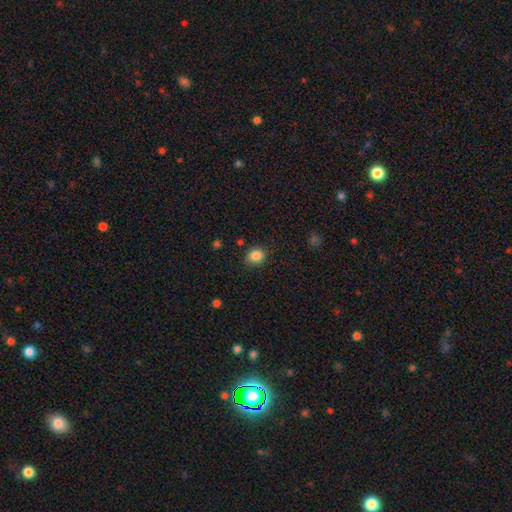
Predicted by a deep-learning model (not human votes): This appears to be a smooth galaxy with no disk features (85%) that is round (71%). Merging: none (85%).